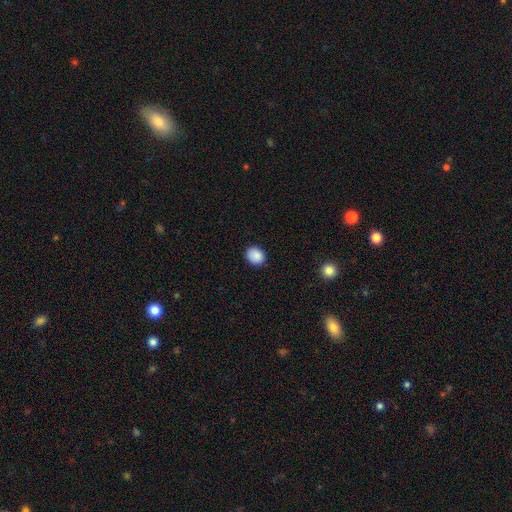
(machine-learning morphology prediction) Q: Smooth or featured?
A: smooth (88%); runner-up: star or artifact (8%)
Q: How rounded?
A: round (66%); runner-up: in between (33%)
Q: Merging?
A: none (86%); runner-up: minor disturbance (11%)